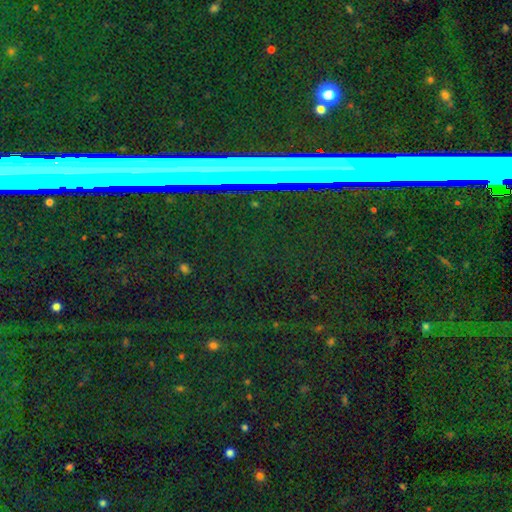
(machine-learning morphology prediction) This is likely a star or artifact rather than a galaxy (76%).